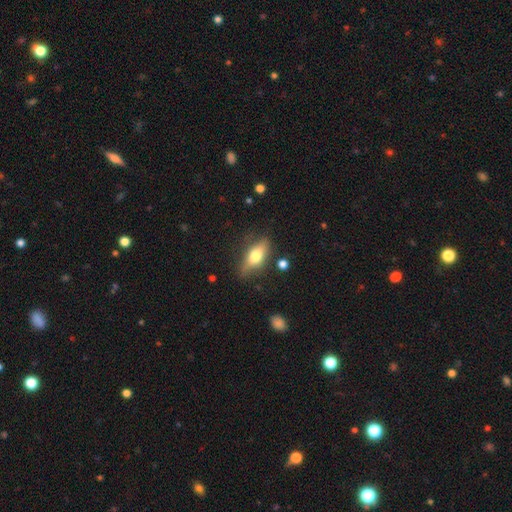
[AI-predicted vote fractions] This is possibly a smooth galaxy (57%). How rounded: likely in between (71%). Merging: likely none (75%).